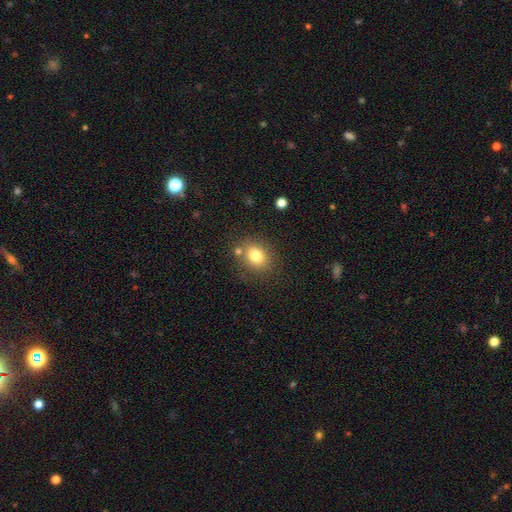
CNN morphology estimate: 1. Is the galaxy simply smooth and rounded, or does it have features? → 79% smooth, 11% star or artifact, 10% featured or disk.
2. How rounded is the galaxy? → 54% round, 45% in between, 1% cigar-shaped.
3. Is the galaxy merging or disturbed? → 74% none, 12% minor disturbance, 9% merger, 4% major disturbance.